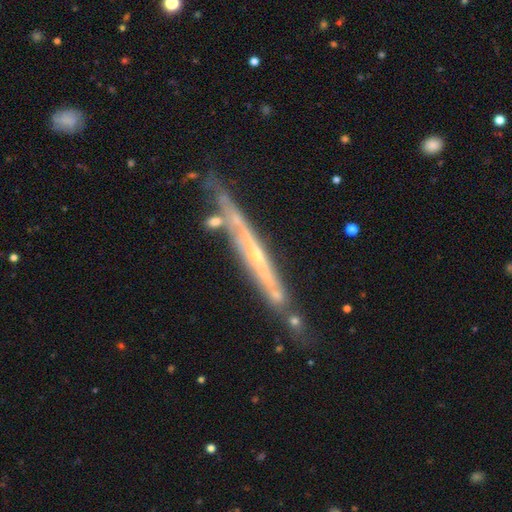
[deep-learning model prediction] Morphology: type=featured or disk (81%); edge-on=yes (91%); edge-on bulge=rounded (49%); merging=none (69%).